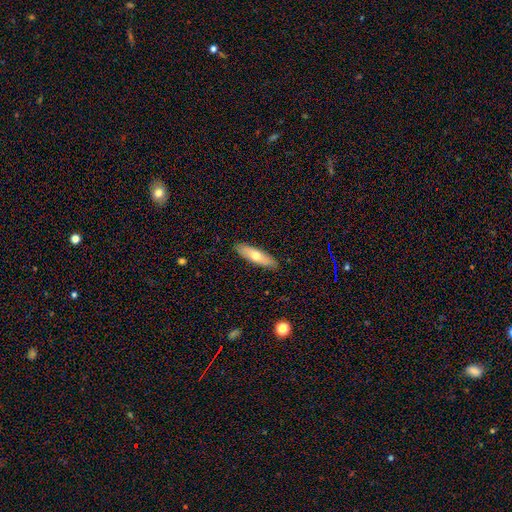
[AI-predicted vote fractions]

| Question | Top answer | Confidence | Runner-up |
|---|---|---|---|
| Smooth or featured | smooth | 62% | featured or disk (32%) |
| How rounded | cigar-shaped | 56% | in between (42%) |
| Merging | none | 89% | minor disturbance (9%) |